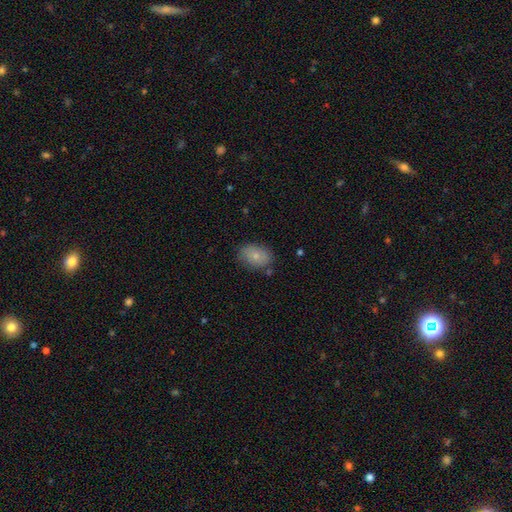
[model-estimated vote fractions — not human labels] Smooth or featured?
  - smooth: 78% *
  - featured or disk: 14%
  - star or artifact: 8%
How rounded?
  - in between: 83% *
  - round: 16%
  - cigar-shaped: 1%
Merging?
  - none: 79% *
  - minor disturbance: 15%
  - major disturbance: 3%
  - merger: 3%